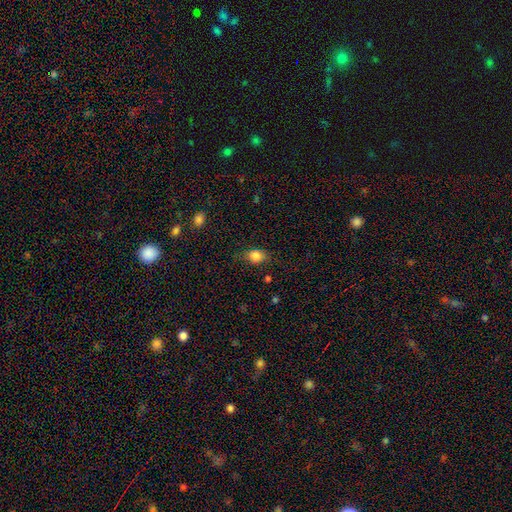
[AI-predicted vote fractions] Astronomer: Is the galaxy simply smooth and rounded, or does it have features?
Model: smooth — 83%.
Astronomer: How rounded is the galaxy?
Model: in between — 60% (runner-up: round, 38%).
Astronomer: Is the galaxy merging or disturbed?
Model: none — 71%.